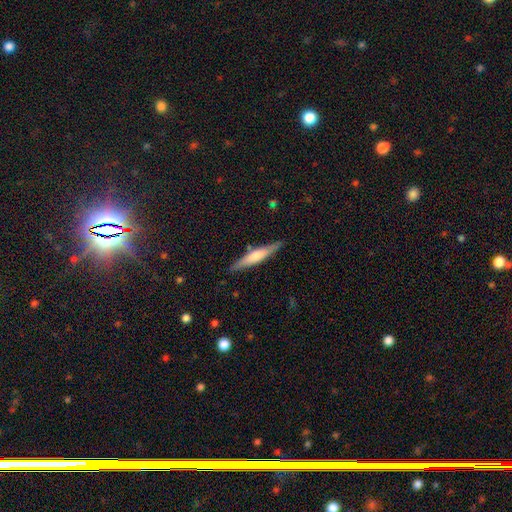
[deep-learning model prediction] A featured or disk galaxy (53%) viewed edge-on (95%) with a rounded central bulge (64%).

Vote fractions:
- Smooth or featured? featured or disk: 53% / smooth: 40% / star or artifact: 6%
- Edge-on disk? yes: 95% / no: 5%
- Edge-on bulge? rounded: 64% / boxy: 20% / none: 15%
- Merging? none: 88% / minor disturbance: 9% / major disturbance: 2% / merger: 1%